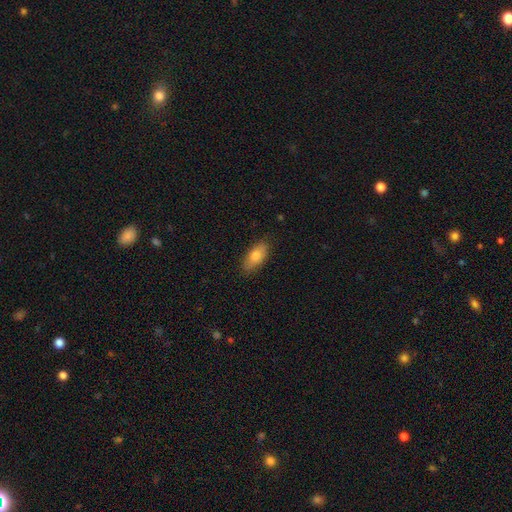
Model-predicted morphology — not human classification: smooth_or_featured: smooth (p=0.77) [alt: featured or disk p=0.16]
how_rounded: in between (p=0.87) [alt: cigar-shaped p=0.10]
merging: none (p=0.85) [alt: minor disturbance p=0.12]